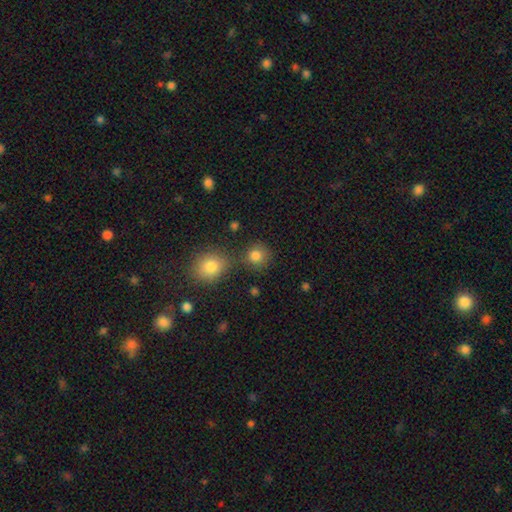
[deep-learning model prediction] Q: Smooth or featured?
A: smooth (82%); runner-up: star or artifact (12%)
Q: How rounded?
A: round (88%); runner-up: in between (11%)
Q: Merging?
A: none (70%); runner-up: merger (16%)